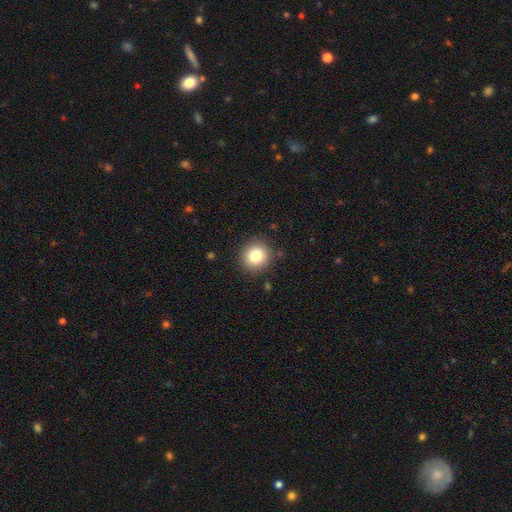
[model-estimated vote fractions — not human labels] The model was most divided on "smooth or featured": smooth: 82%, star or artifact: 10%, featured or disk: 8%. More confident: how rounded — round (90%); merging — none (88%).